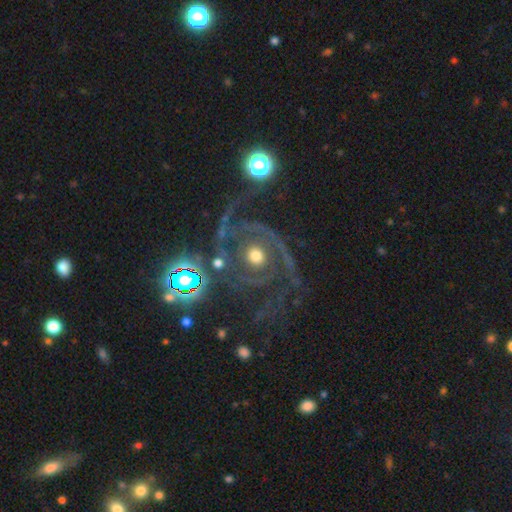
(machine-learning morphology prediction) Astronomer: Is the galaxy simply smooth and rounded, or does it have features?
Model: featured or disk — 80%.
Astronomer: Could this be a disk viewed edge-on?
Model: no — 97%.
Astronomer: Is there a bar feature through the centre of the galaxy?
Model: no — 81%.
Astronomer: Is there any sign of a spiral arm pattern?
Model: yes — 84%.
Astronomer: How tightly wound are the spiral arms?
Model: tight — 48% (runner-up: medium, 35%).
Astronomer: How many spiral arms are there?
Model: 2 — 35% (runner-up: can't tell, 22%).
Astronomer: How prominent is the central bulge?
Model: moderate — 62%.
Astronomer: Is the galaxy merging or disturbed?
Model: none — 58%.